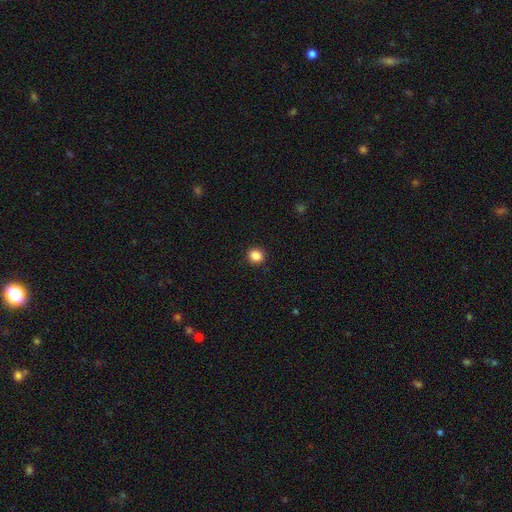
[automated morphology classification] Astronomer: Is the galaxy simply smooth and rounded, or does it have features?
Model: smooth — 87%.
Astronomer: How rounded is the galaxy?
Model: round — 84%.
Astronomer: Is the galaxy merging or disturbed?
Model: none — 92%.